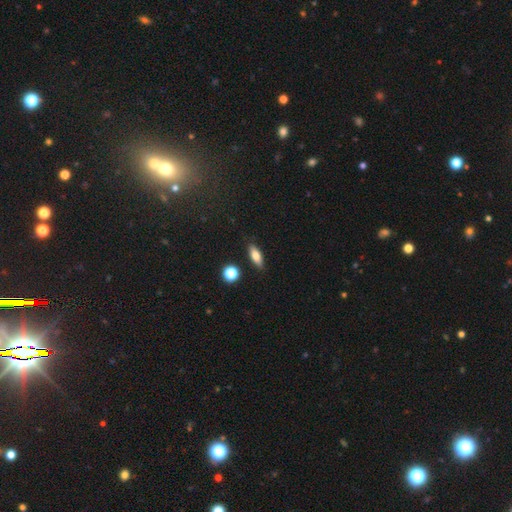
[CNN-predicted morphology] The model was most divided on "how rounded": in between: 68%, cigar-shaped: 27%, round: 5%. More confident: merging — none (85%); smooth or featured — smooth (73%).